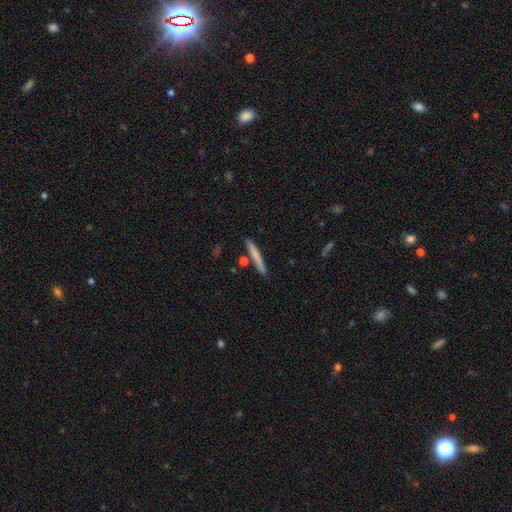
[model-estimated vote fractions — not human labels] Morphology: type=smooth (73%); roundness=cigar-shaped (95%); merging=none (84%).